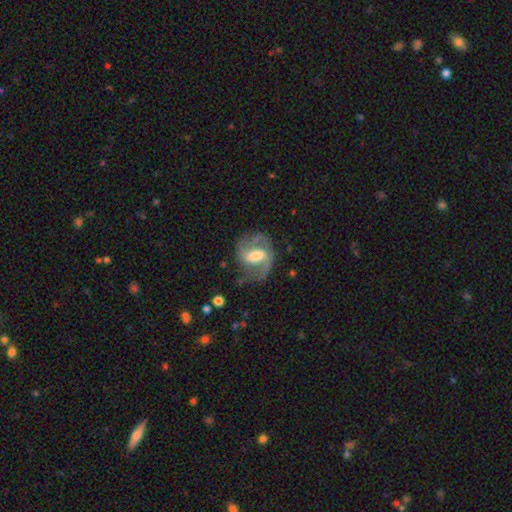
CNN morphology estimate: A featured or disk galaxy (84%) with a weak bar (48%), 2 (84%) medium (56%) spiral arms (94%) and a moderate central bulge (50%).

Vote fractions:
- Smooth or featured? featured or disk: 84% / smooth: 11% / star or artifact: 5%
- Edge-on disk? no: 97% / yes: 3%
- Bar? weak: 48% / strong: 37% / no: 15%
- Spiral arms? yes: 94% / no: 6%
- Spiral winding? medium: 56% / tight: 24% / loose: 20%
- Spiral arm count? 2: 84% / can't tell: 5% / 3: 5% / 1: 3% / 4: 1% / more than 4: 1%
- Bulge size? moderate: 50% / large: 22% / small: 20% / none: 5% / dominant: 2%
- Merging? none: 67% / minor disturbance: 19% / major disturbance: 12% / merger: 2%